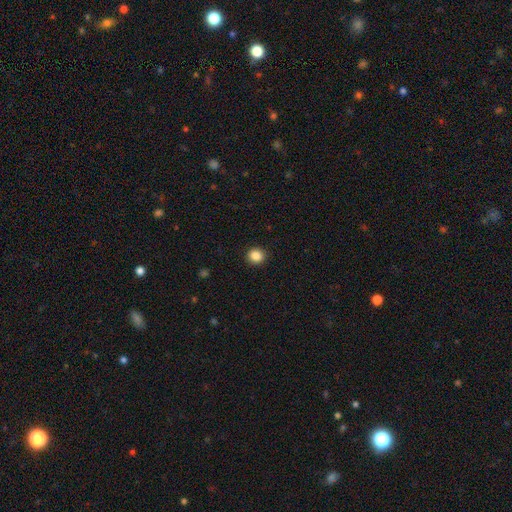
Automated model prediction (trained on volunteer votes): A smooth galaxy with no disk features (87%) that is round (85%). Merging: none (92%).